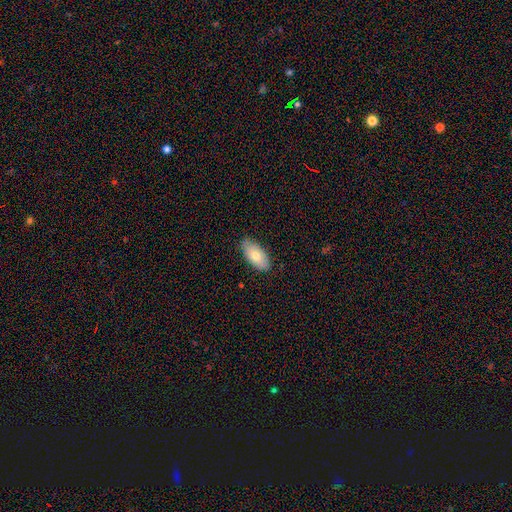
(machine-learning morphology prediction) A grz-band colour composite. It shows a smooth galaxy with no disk features (75%) that is in between round and cigar-shaped (93%). Merging: none (83%).